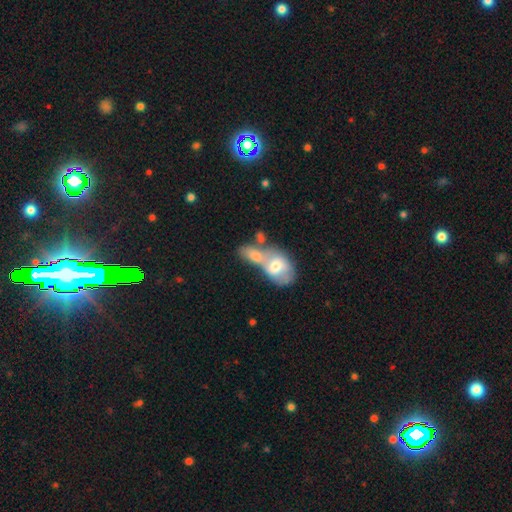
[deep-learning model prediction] A smooth galaxy with no disk features (61%) that is in between round and cigar-shaped (78%). Merging: merger (70%).